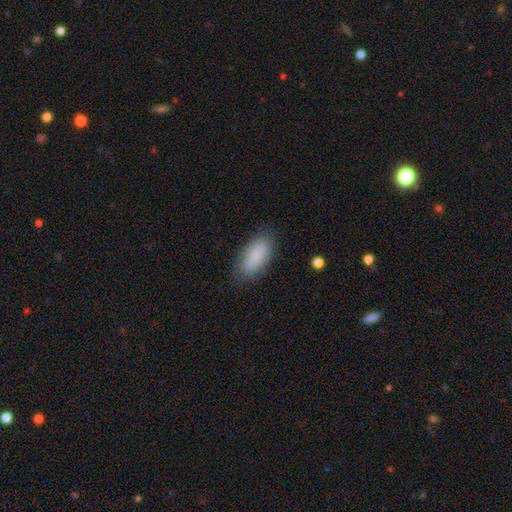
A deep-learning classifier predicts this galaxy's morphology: Smooth or featured?
  - smooth: 86% *
  - featured or disk: 7%
  - star or artifact: 7%
How rounded?
  - in between: 82% *
  - cigar-shaped: 16%
  - round: 2%
Merging?
  - none: 81% *
  - minor disturbance: 14%
  - major disturbance: 4%
  - merger: 1%